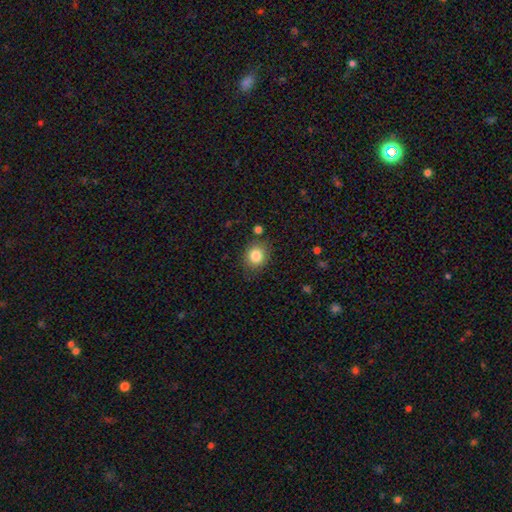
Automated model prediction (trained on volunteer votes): Smooth or featured?
  - smooth: 83% *
  - star or artifact: 10%
  - featured or disk: 6%
How rounded?
  - round: 76% *
  - in between: 23%
  - cigar-shaped: 1%
Merging?
  - none: 82% *
  - minor disturbance: 12%
  - major disturbance: 3%
  - merger: 3%